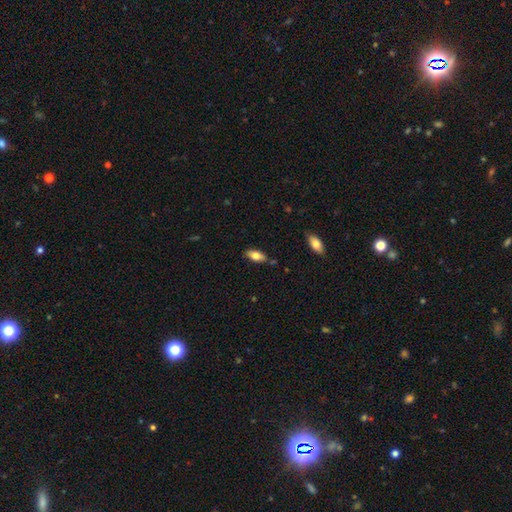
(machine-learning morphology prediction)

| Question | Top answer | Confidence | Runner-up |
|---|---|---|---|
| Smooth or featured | smooth | 76% | featured or disk (17%) |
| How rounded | in between | 85% | cigar-shaped (12%) |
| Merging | none | 77% | minor disturbance (16%) |